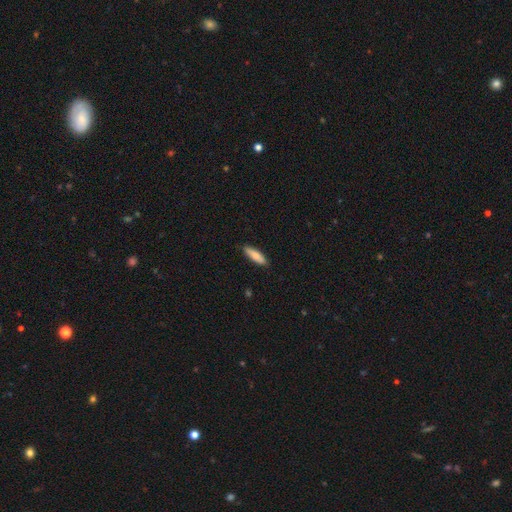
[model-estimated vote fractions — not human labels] smooth 78%, featured or disk 16%, star or artifact 6%. Down the decision tree: how rounded — cigar-shaped (61%); merging — none (87%).